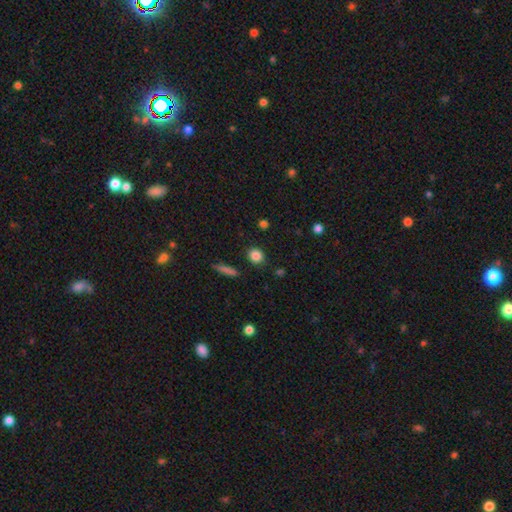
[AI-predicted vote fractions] smooth_or_featured: smooth (p=0.85) [alt: star or artifact p=0.10]
how_rounded: round (p=0.77) [alt: in between p=0.21]
merging: none (p=0.88) [alt: minor disturbance p=0.07]